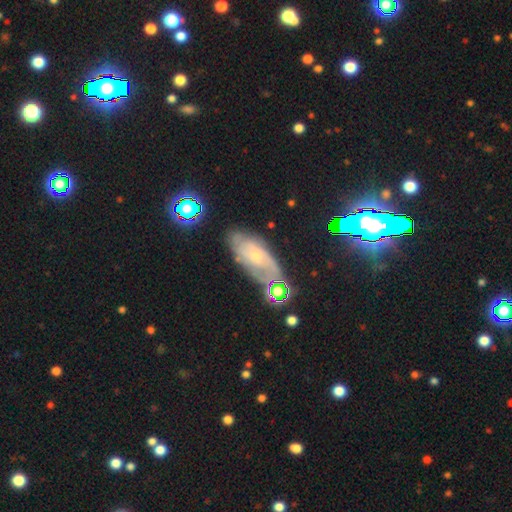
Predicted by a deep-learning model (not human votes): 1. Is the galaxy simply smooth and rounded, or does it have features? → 66% featured or disk, 22% smooth, 12% star or artifact.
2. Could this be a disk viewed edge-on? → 89% no, 11% yes.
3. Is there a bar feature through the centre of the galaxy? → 69% no, 26% weak, 5% strong.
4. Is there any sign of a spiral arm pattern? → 85% yes, 15% no.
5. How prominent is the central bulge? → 73% small, 21% moderate, 3% none, 1% large, 1% dominant.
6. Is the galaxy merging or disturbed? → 68% none, 21% minor disturbance, 7% major disturbance, 4% merger.